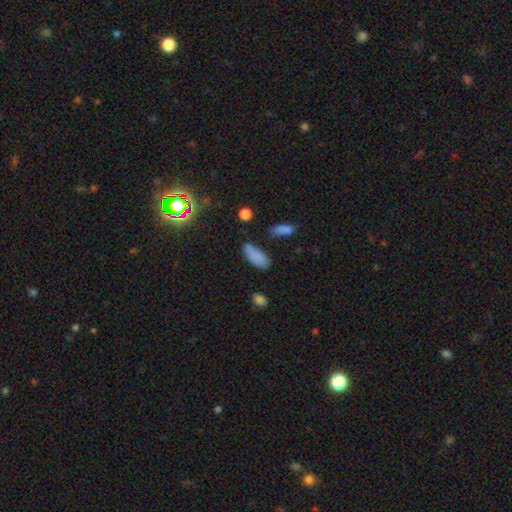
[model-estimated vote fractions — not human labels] Morphology: type=smooth (84%); roundness=in between (80%); merging=none (70%).